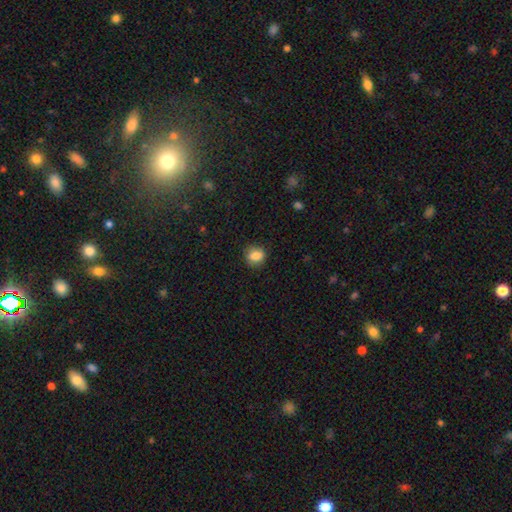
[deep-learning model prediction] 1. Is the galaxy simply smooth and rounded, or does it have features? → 84% smooth, 9% star or artifact, 6% featured or disk.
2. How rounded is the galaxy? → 64% round, 35% in between, 1% cigar-shaped.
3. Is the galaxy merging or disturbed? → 85% none, 11% minor disturbance, 3% major disturbance, 1% merger.